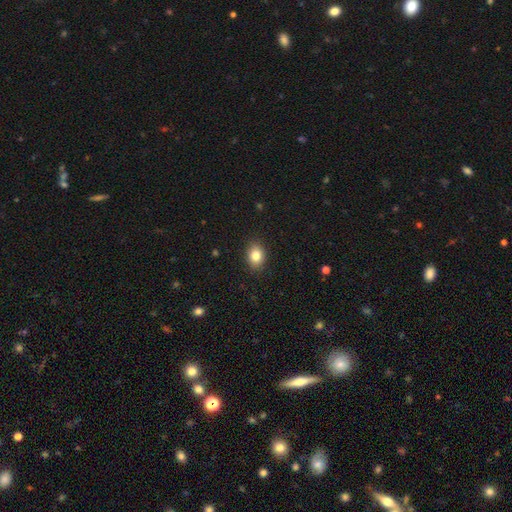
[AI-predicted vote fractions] Morphology: type=smooth (83%); roundness=in between (64%); merging=none (89%).